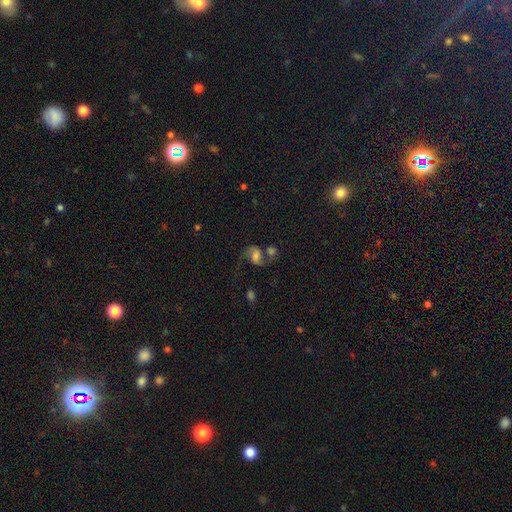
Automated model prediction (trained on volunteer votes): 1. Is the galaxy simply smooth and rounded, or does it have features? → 56% featured or disk, 32% smooth, 12% star or artifact.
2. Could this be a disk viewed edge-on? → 97% no, 3% yes.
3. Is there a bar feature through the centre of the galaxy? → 49% no, 38% weak, 13% strong.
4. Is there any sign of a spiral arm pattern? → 88% yes, 12% no.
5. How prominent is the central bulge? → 39% moderate, 27% large, 17% small, 11% none, 5% dominant.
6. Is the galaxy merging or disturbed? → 34% none, 30% merger, 20% major disturbance, 15% minor disturbance.